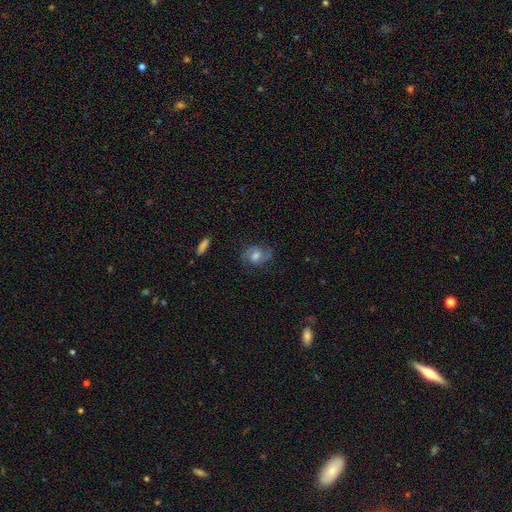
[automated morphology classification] Q: Smooth or featured?
A: featured or disk (56%); runner-up: smooth (34%)
Q: Edge-on disk?
A: no (96%); runner-up: yes (4%)
Q: Bar?
A: no (49%); runner-up: weak (42%)
Q: Spiral arms?
A: yes (88%); runner-up: no (12%)
Q: Bulge size?
A: moderate (57%); runner-up: large (19%)
Q: Merging?
A: none (71%); runner-up: minor disturbance (19%)